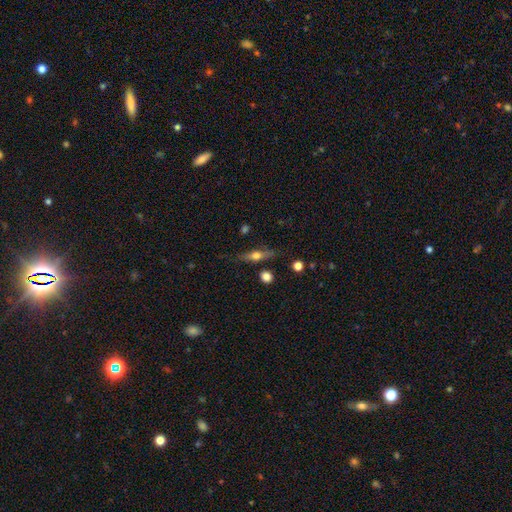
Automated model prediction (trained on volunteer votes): Q: Smooth or featured?
A: smooth (49%); runner-up: featured or disk (44%)
Q: Merging?
A: none (77%); runner-up: minor disturbance (15%)